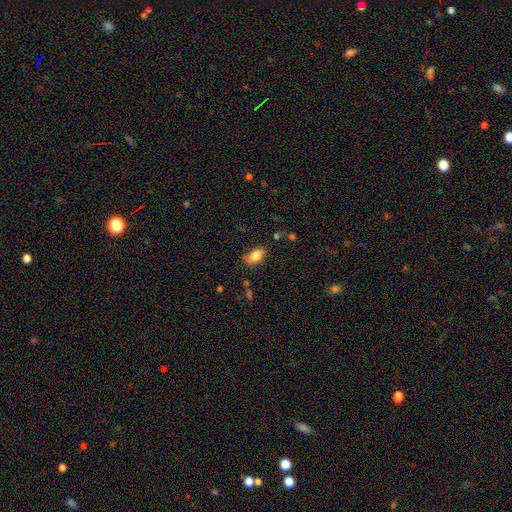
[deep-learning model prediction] A smooth galaxy with no disk features (83%) that is in between round and cigar-shaped (89%).

Vote fractions:
- Smooth or featured? smooth: 83% / featured or disk: 9% / star or artifact: 8%
- How rounded? in between: 89% / round: 7% / cigar-shaped: 4%
- Merging? none: 75% / minor disturbance: 18% / major disturbance: 4% / merger: 3%